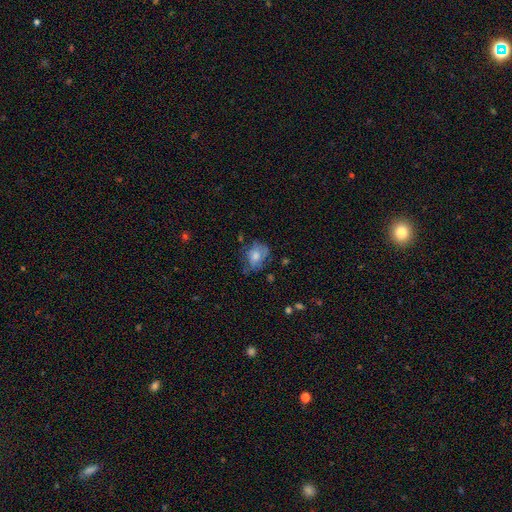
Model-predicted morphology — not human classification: A smooth galaxy with no disk features (59%) that is in between round and cigar-shaped (62%). Merging: none (47%).